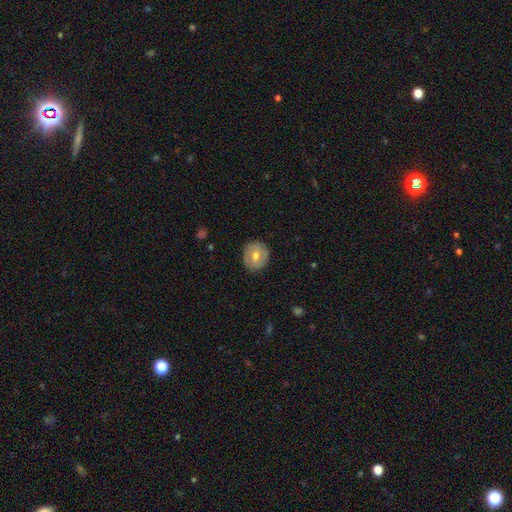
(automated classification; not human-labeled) Q: Smooth or featured?
A: smooth (59%); runner-up: featured or disk (34%)
Q: How rounded?
A: round (88%); runner-up: in between (11%)
Q: Merging?
A: none (86%); runner-up: minor disturbance (10%)